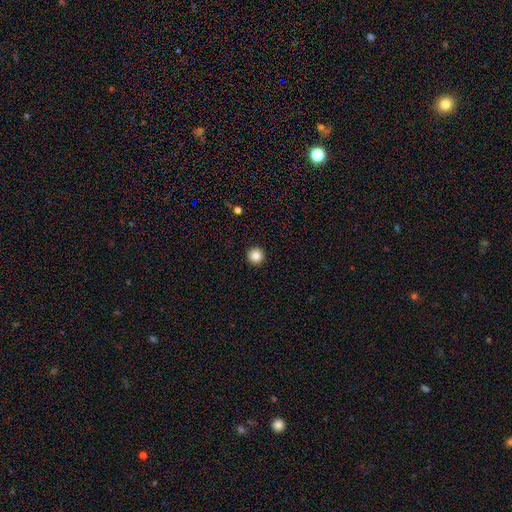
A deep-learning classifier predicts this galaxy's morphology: Overall: smooth (86%). How rounded: round (96%). Merging: none (94%).